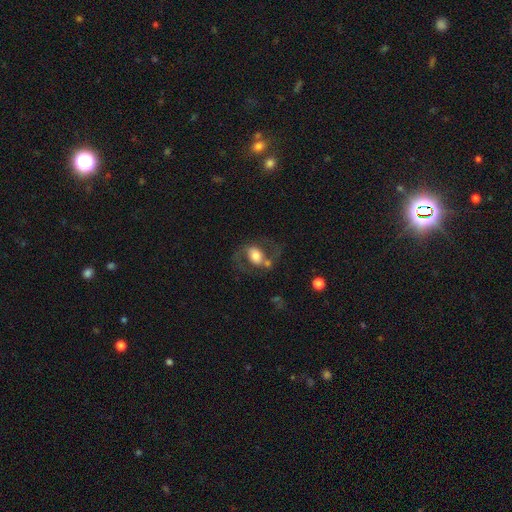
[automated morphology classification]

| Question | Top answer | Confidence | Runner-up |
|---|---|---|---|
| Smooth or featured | featured or disk | 57% | smooth (35%) |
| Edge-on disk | no | 96% | yes (4%) |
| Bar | no | 54% | weak (31%) |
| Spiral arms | yes | 72% | no (28%) |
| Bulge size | moderate | 49% | large (33%) |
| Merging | none | 53% | major disturbance (18%) |